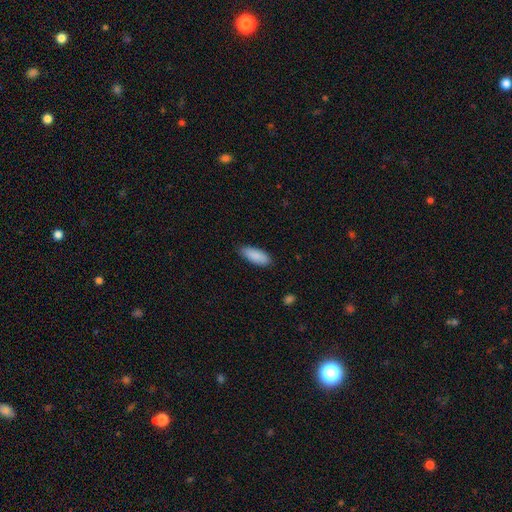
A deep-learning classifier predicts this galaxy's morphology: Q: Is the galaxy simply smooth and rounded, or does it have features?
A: smooth — 89%.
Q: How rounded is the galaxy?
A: in between — 79%.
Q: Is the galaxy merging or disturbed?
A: none — 83%.